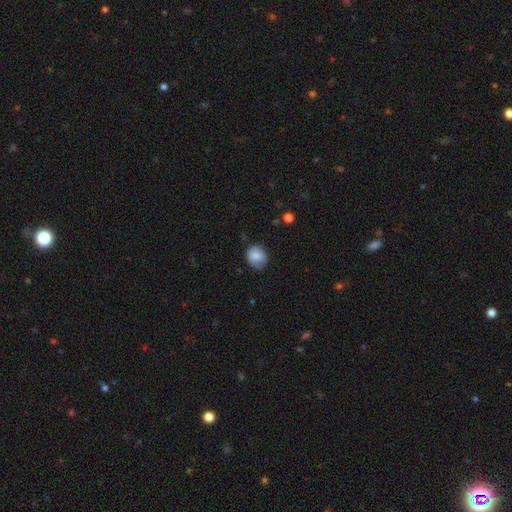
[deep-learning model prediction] smooth_or_featured: smooth (p=0.80) [alt: featured or disk p=0.12]
how_rounded: round (p=0.65) [alt: in between p=0.34]
merging: none (p=0.67) [alt: minor disturbance p=0.25]